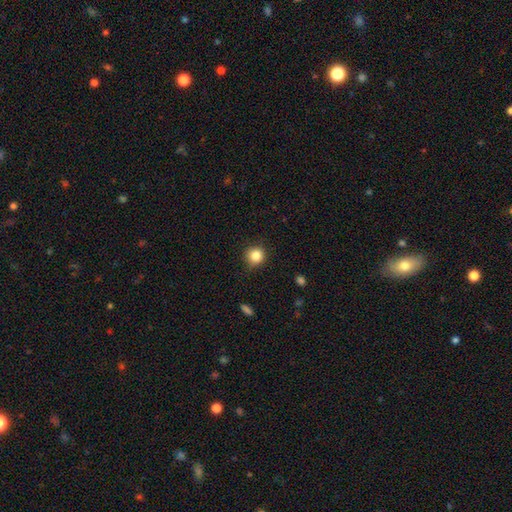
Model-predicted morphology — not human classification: Smooth or featured: smooth — 85% (star or artifact — 11%)
How rounded: round — 91% (in between — 8%)
Merging: none — 86% (minor disturbance — 11%)